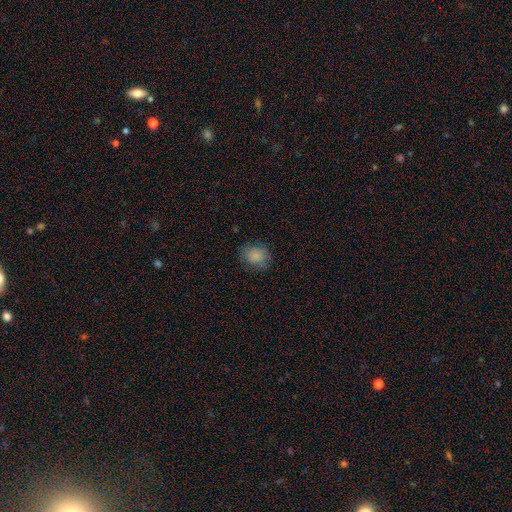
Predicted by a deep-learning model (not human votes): Overall: smooth (84%). How rounded: round (56%; in between 43%). Merging: none (78%).